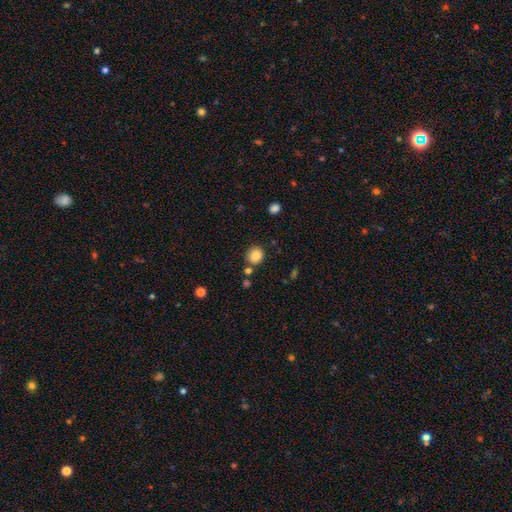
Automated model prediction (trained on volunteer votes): smooth_or_featured: smooth (p=0.86) [alt: star or artifact p=0.10]
how_rounded: round (p=0.73) [alt: in between p=0.26]
merging: none (p=0.76) [alt: minor disturbance p=0.13]